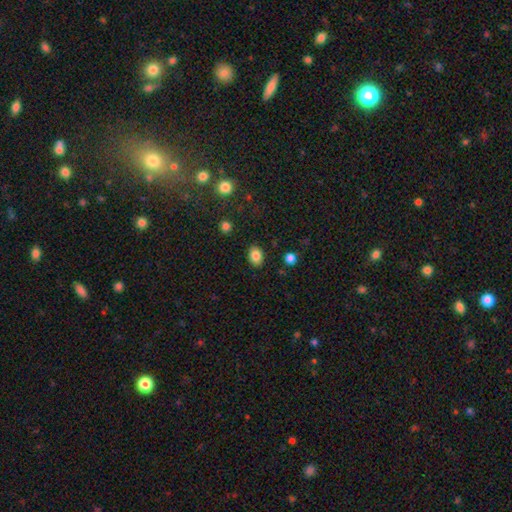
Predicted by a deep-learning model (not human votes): Smooth or featured? Predicted: smooth (p=0.85). How rounded? Predicted: in between (p=0.64). Merging? Predicted: none (p=0.88).